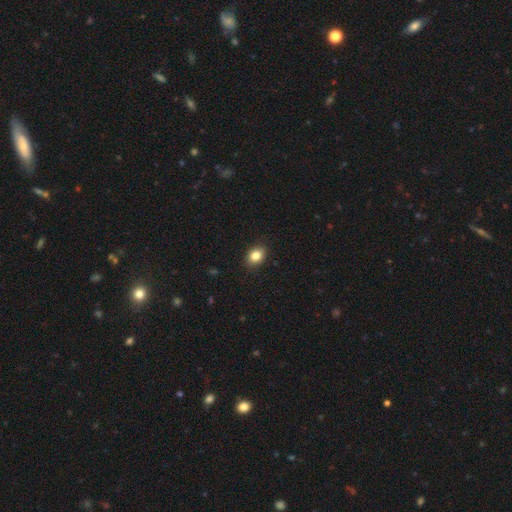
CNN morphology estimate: Smooth or featured? Predicted: smooth (p=0.84). How rounded? Predicted: in between (p=0.62). Merging? Predicted: none (p=0.89).